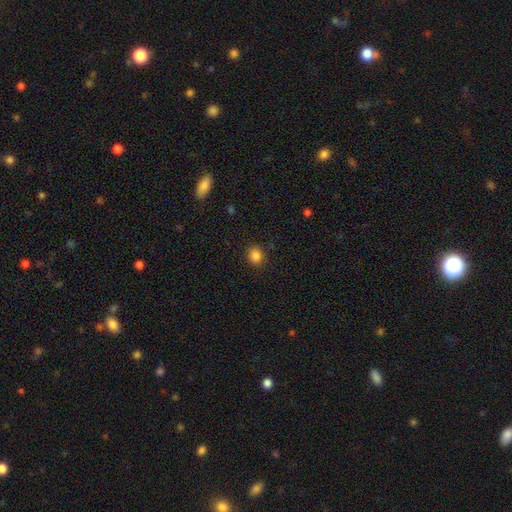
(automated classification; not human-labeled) A smooth galaxy with no disk features (85%) that is round (74%). Merging: none (86%).